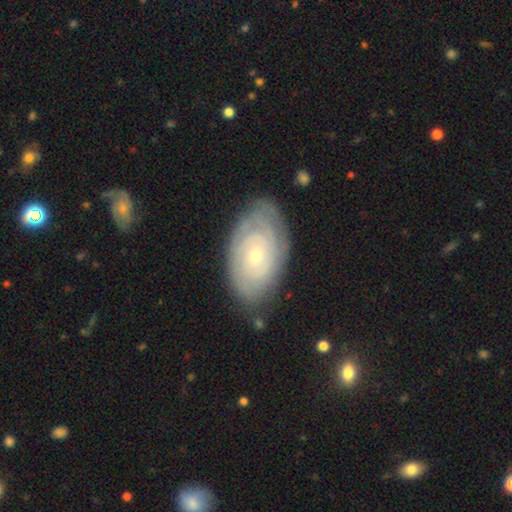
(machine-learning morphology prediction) smooth-or-featured: featured or disk: 74% | smooth: 20% | star or artifact: 6%
  disk-edge-on: no: 95% | yes: 5%
    bar: no: 78% | weak: 19% | strong: 3%
    has-spiral-arms: yes: 89% | no: 11%
      spiral-winding: tight: 80% | medium: 15% | loose: 4%
      spiral-arm-count: can't tell: 51% | 2: 20% | 3: 11% | 4: 8% | more than 4: 5% | 1: 4%
    bulge-size: small: 68% | moderate: 28% | large: 2% | none: 1% | dominant: 1%
  merging: none: 76% | minor disturbance: 17% | major disturbance: 5% | merger: 2%